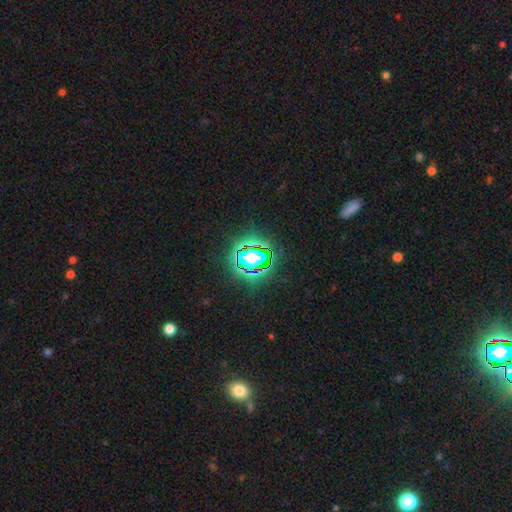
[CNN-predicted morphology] Smooth or featured? star or artifact (69%)